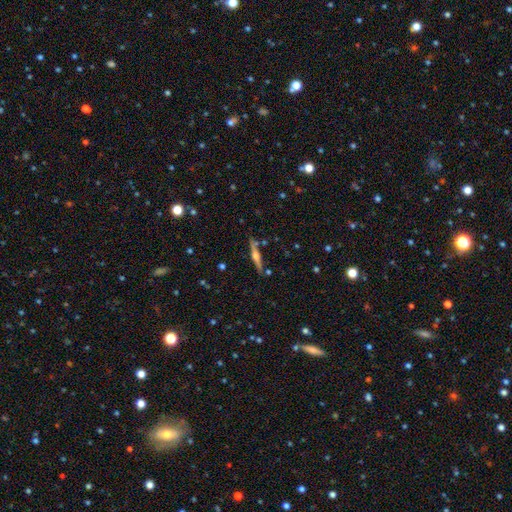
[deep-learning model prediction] Smooth or featured: featured or disk — 69% (smooth — 25%)
Edge-on disk: yes — 97% (no — 3%)
Edge-on bulge: rounded — 86% (boxy — 9%)
Merging: none — 84% (minor disturbance — 10%)